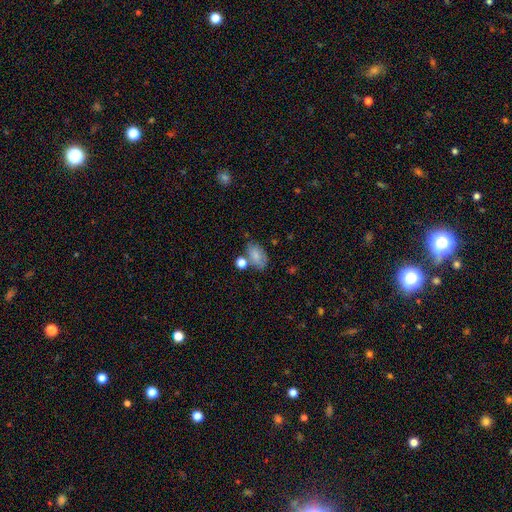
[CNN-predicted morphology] A smooth galaxy with no disk features (75%) that is in between round and cigar-shaped (87%).

Vote fractions:
- Smooth or featured? smooth: 75% / featured or disk: 16% / star or artifact: 9%
- How rounded? in between: 87% / round: 12% / cigar-shaped: 2%
- Merging? none: 53% / minor disturbance: 21% / merger: 19% / major disturbance: 7%